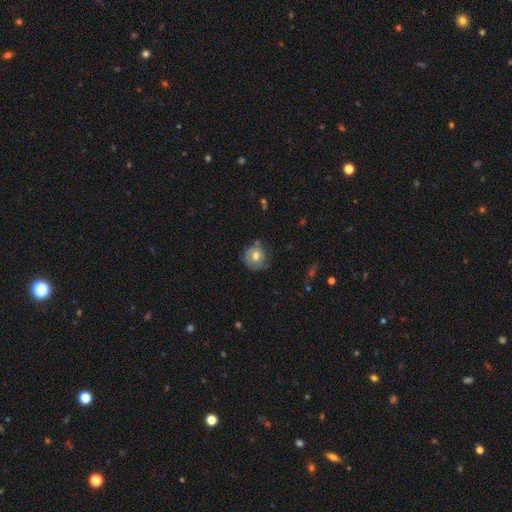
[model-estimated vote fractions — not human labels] Smooth or featured: smooth — 68% (featured or disk — 24%)
How rounded: round — 86% (in between — 13%)
Merging: none — 67% (minor disturbance — 24%)